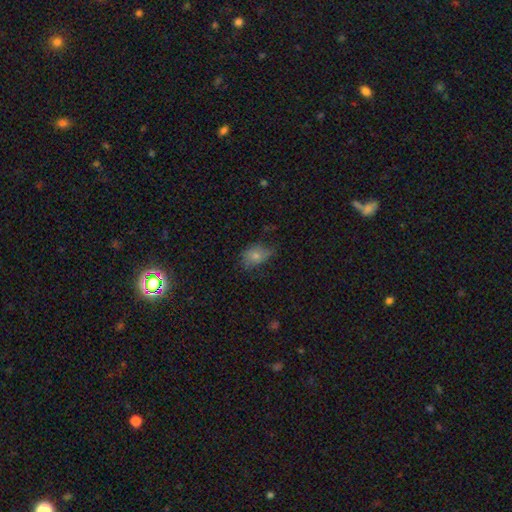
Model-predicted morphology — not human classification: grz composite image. It shows a smooth galaxy with no disk features (74%) that is in between round and cigar-shaped (77%). Merging: none (49%).